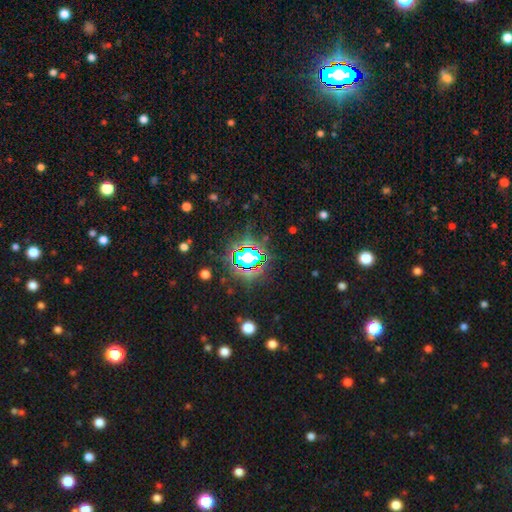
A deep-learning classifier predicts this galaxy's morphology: Smooth or featured?
  - star or artifact: 75% *
  - smooth: 16%
  - featured or disk: 9%